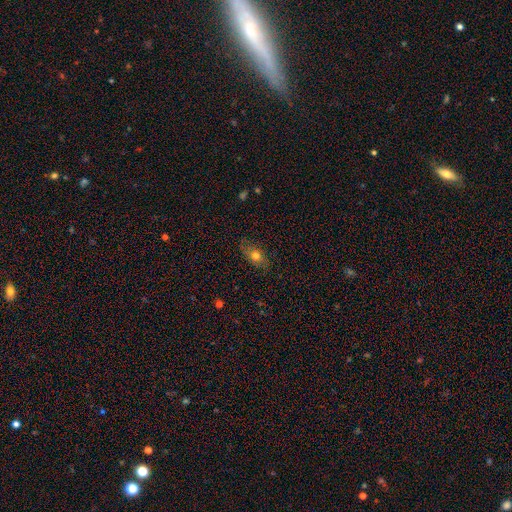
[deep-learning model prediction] Morphology: type=smooth (65%); roundness=in between (75%); merging=none (74%).